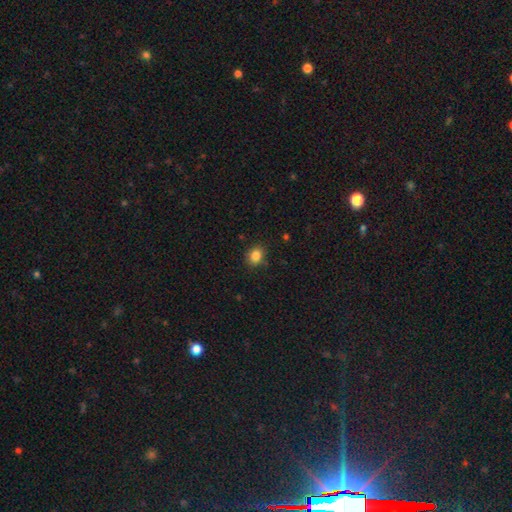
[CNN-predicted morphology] A smooth galaxy with no disk features (85%) that is round (53%).

Vote fractions:
- Smooth or featured? smooth: 85% / star or artifact: 10% / featured or disk: 4%
- How rounded? round: 53% / in between: 46% / cigar-shaped: 1%
- Merging? none: 86% / minor disturbance: 10% / major disturbance: 3% / merger: 1%